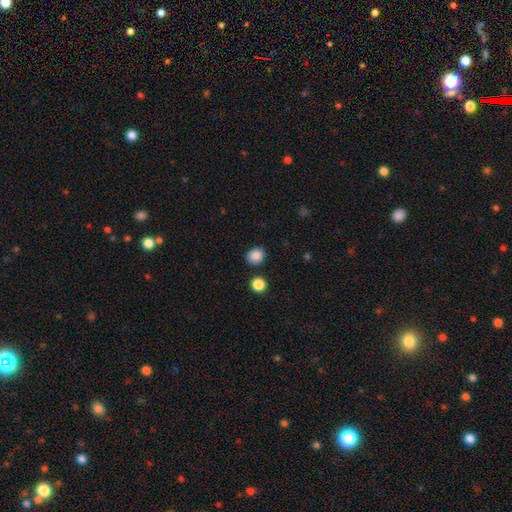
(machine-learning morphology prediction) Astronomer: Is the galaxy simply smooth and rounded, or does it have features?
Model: smooth — 87%.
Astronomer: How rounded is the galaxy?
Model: round — 66%.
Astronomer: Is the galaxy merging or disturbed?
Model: none — 85%.